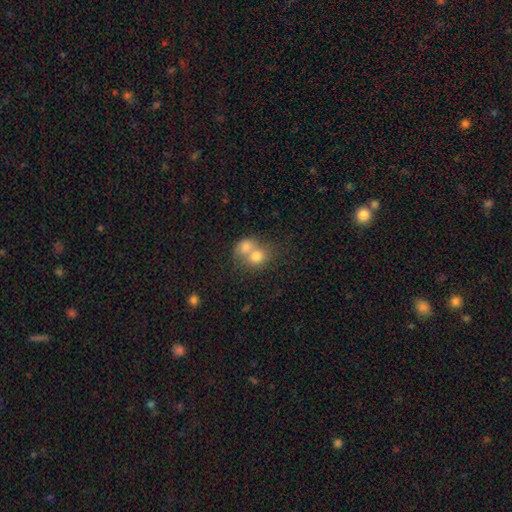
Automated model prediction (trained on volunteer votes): smooth-or-featured: smooth: 74% | featured or disk: 17% | star or artifact: 9%
  how-rounded: round: 60% | in between: 39% | cigar-shaped: 1%
  merging: merger: 71% | none: 20% | minor disturbance: 6% | major disturbance: 4%